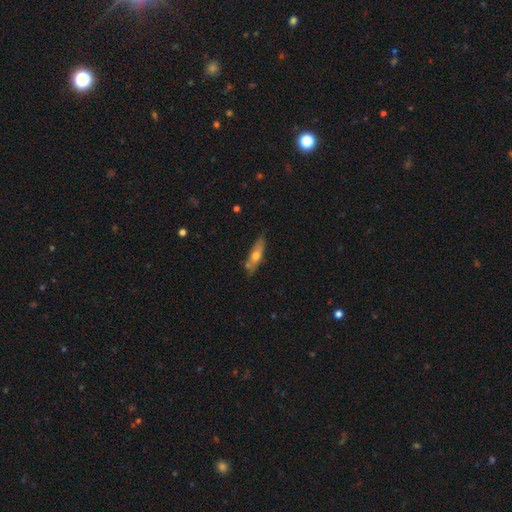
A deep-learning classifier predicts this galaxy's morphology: type=smooth (50%); merging=none (75%).